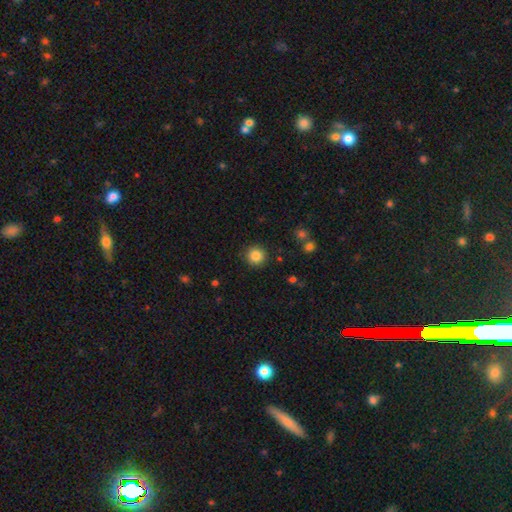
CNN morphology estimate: Overall: smooth (85%). How rounded: round (94%). Merging: none (89%).